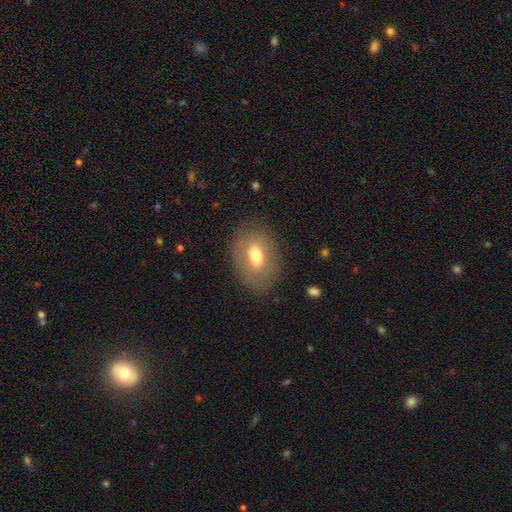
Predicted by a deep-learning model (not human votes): A smooth galaxy with no disk features (61%) that is in between round and cigar-shaped (78%). Merging: none (80%).